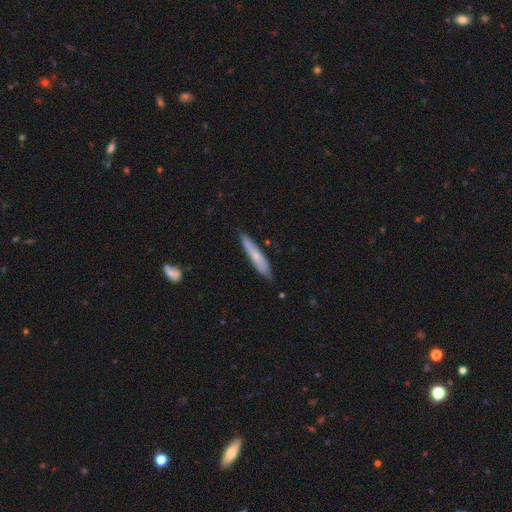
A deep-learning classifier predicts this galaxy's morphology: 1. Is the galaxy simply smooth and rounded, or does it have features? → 62% smooth, 32% featured or disk, 6% star or artifact.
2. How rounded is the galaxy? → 92% cigar-shaped, 6% in between, 1% round.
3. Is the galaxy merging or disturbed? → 80% none, 16% minor disturbance, 2% major disturbance, 2% merger.